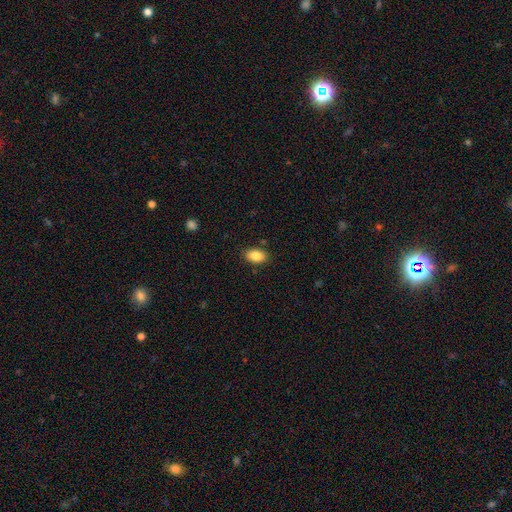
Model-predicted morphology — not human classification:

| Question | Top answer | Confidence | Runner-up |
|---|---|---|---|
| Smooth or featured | smooth | 86% | star or artifact (8%) |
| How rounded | in between | 90% | round (9%) |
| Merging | none | 87% | minor disturbance (10%) |